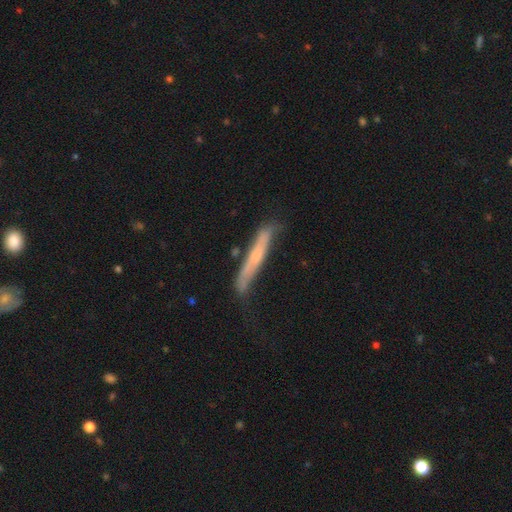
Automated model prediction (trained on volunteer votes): This appears to be a smooth galaxy with no disk features (47%). Merging: none (63%).